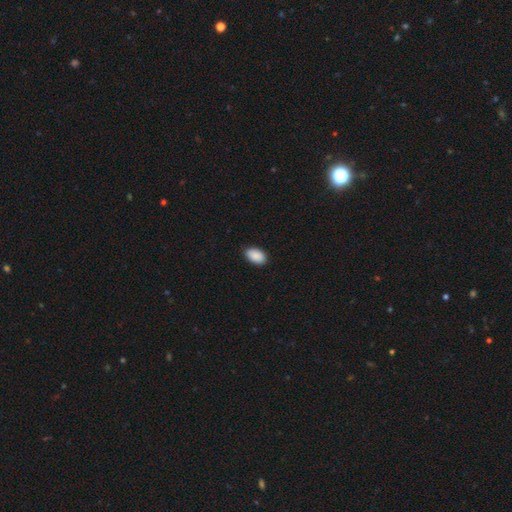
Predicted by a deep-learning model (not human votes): A smooth galaxy with no disk features (91%) that is in between round and cigar-shaped (93%). Merging: none (87%).